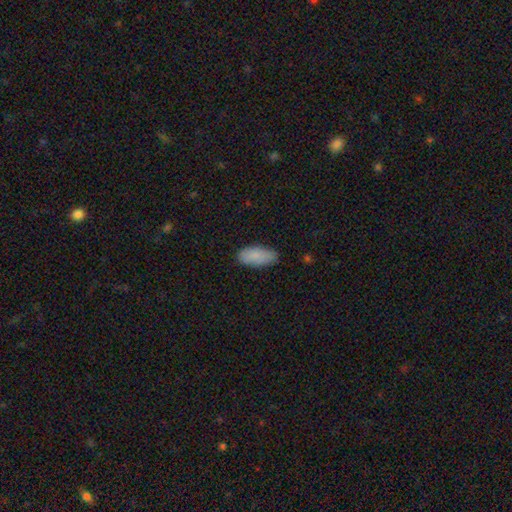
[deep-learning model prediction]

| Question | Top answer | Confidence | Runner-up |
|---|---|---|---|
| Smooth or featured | smooth | 86% | featured or disk (7%) |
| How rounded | in between | 89% | cigar-shaped (9%) |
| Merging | none | 78% | minor disturbance (18%) |